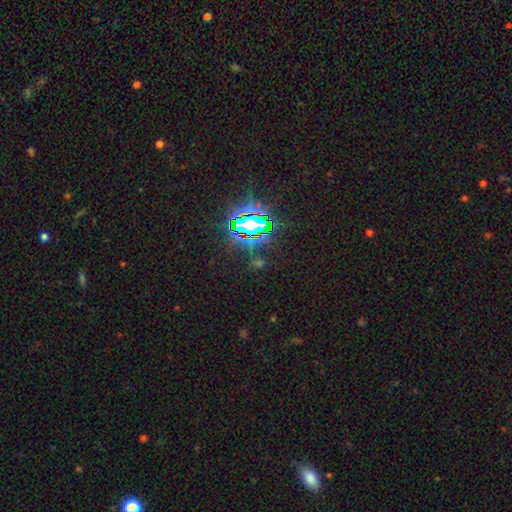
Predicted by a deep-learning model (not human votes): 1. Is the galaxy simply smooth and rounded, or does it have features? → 79% star or artifact, 13% smooth, 8% featured or disk.